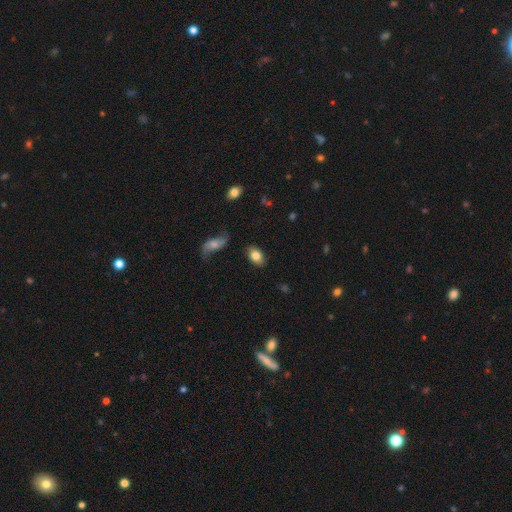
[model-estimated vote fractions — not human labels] The model was most divided on "smooth or featured": smooth: 81%, featured or disk: 12%, star or artifact: 8%. More confident: how rounded — in between (88%); merging — none (85%).